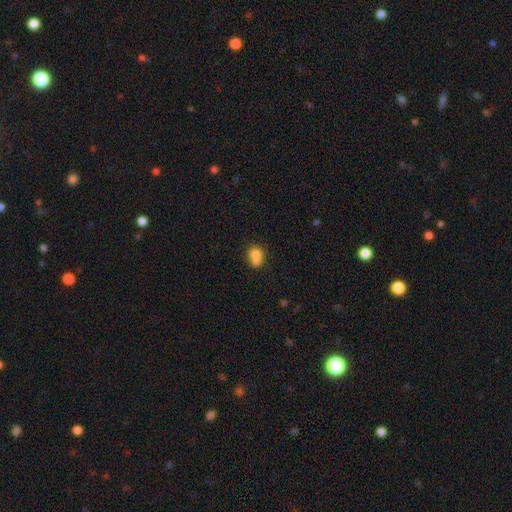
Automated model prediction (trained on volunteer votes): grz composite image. It shows a smooth galaxy with no disk features (75%) that is round (59%). Merging: merger (51%).